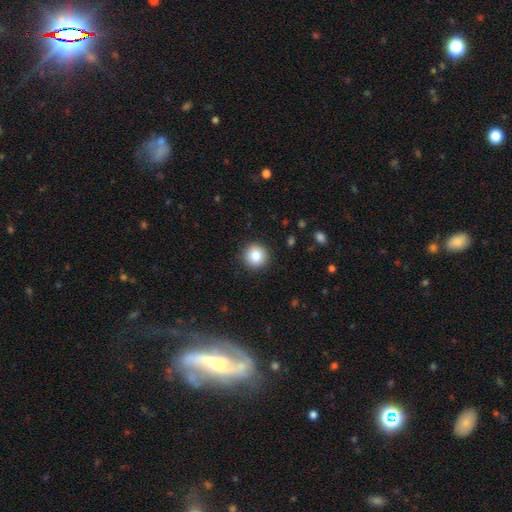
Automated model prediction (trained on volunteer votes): This is clearly a smooth galaxy (83%). How rounded: clearly round (94%). Merging: clearly none (92%).